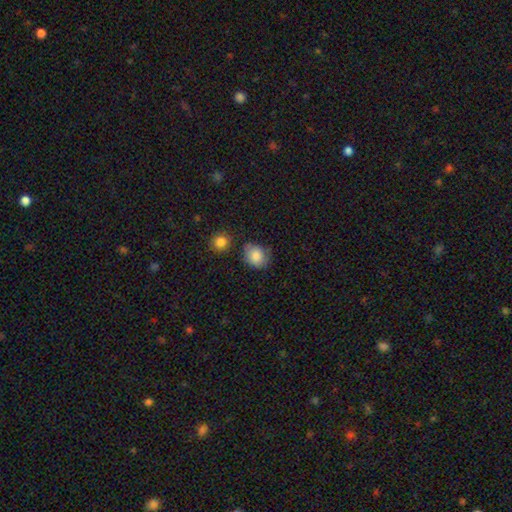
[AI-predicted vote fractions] This appears to be a smooth galaxy with no disk features (84%) that is round (62%). Merging: none (63%).